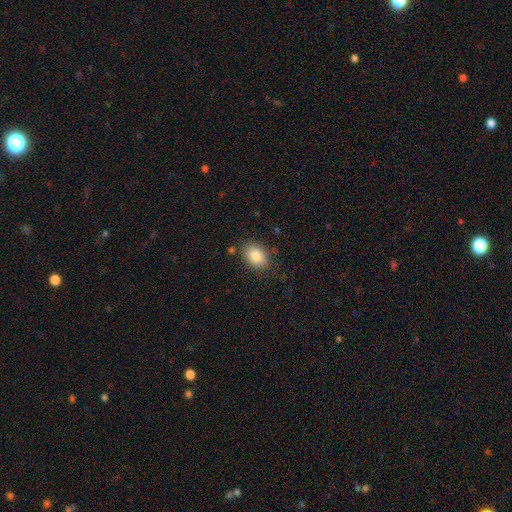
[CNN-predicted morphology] Smooth or featured?
  - smooth: 85% *
  - star or artifact: 8%
  - featured or disk: 7%
How rounded?
  - in between: 78% *
  - round: 21%
  - cigar-shaped: 1%
Merging?
  - none: 82% *
  - minor disturbance: 12%
  - major disturbance: 3%
  - merger: 2%